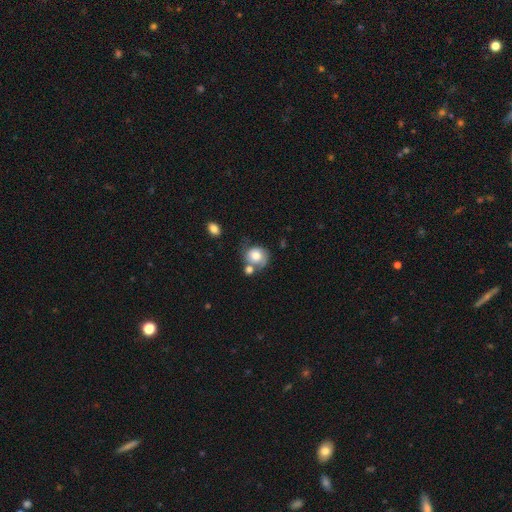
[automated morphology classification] Smooth or featured: smooth — 63% (featured or disk — 29%)
How rounded: round — 76% (in between — 23%)
Merging: none — 41% (merger — 24%)